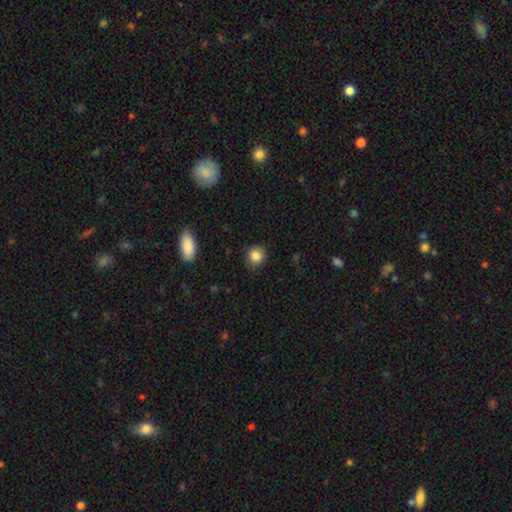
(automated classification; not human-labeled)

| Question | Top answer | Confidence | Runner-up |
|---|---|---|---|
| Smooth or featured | smooth | 86% | star or artifact (9%) |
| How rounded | round | 84% | in between (15%) |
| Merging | none | 85% | minor disturbance (11%) |